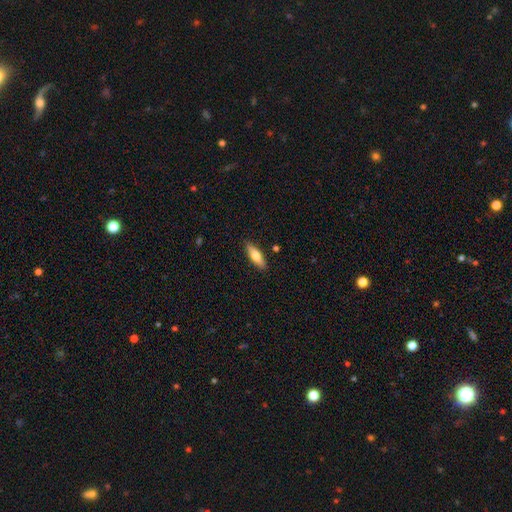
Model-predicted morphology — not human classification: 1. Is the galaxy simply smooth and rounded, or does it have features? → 64% smooth, 30% featured or disk, 6% star or artifact.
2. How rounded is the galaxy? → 53% cigar-shaped, 45% in between, 2% round.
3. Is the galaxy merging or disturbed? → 87% none, 9% minor disturbance, 2% major disturbance, 2% merger.